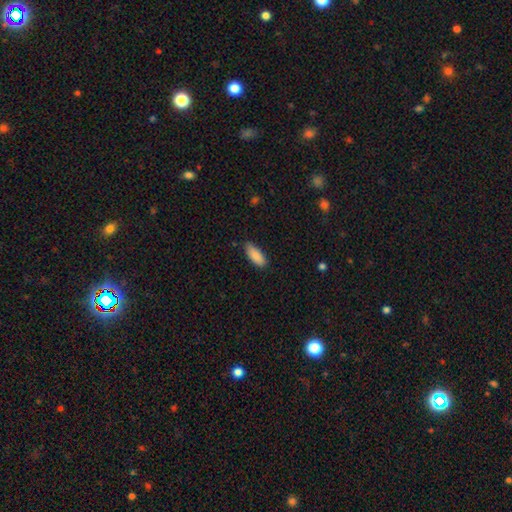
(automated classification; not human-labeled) Overall: smooth (89%). How rounded: in between (75%). Merging: none (78%).